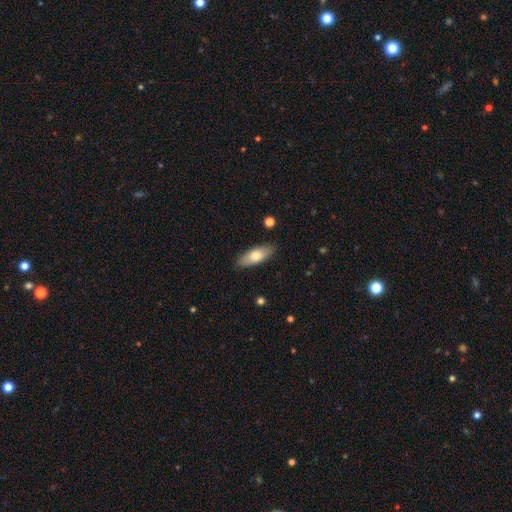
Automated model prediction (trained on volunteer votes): Overall: smooth (71%). How rounded: in between (70%). Merging: none (87%).